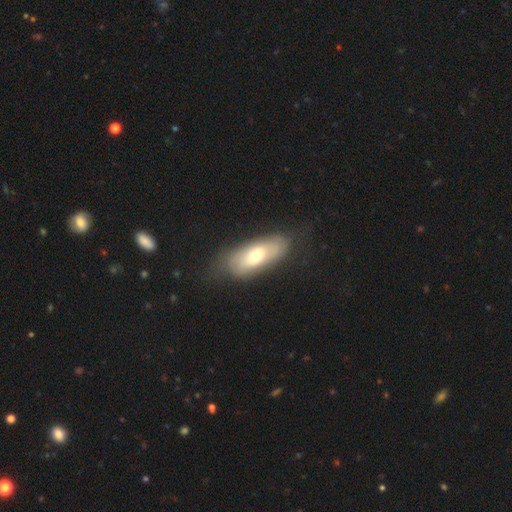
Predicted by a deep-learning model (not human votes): Smooth or featured? smooth (57%)
How rounded? in between (80%)
Merging? none (70%)